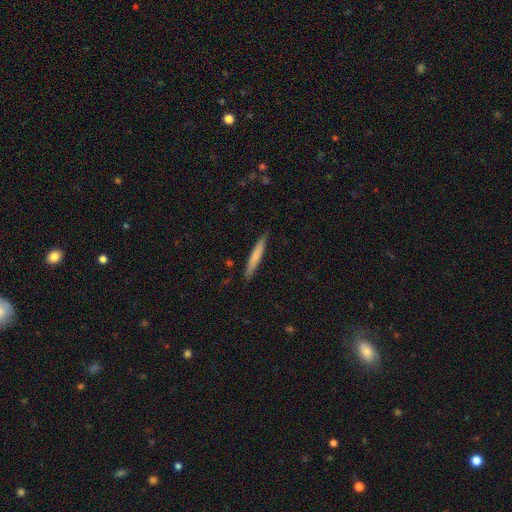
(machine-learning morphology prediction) Q: Smooth or featured?
A: smooth (70%); runner-up: featured or disk (25%)
Q: How rounded?
A: cigar-shaped (96%); runner-up: in between (3%)
Q: Merging?
A: none (88%); runner-up: minor disturbance (9%)